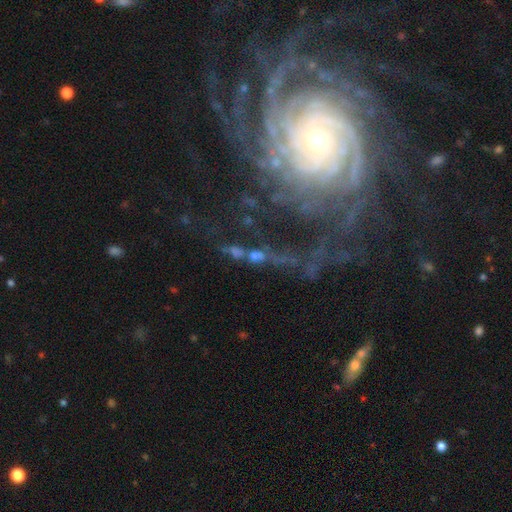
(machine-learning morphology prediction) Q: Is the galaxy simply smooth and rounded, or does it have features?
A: featured or disk — 41%.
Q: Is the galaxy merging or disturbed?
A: none — 41%.